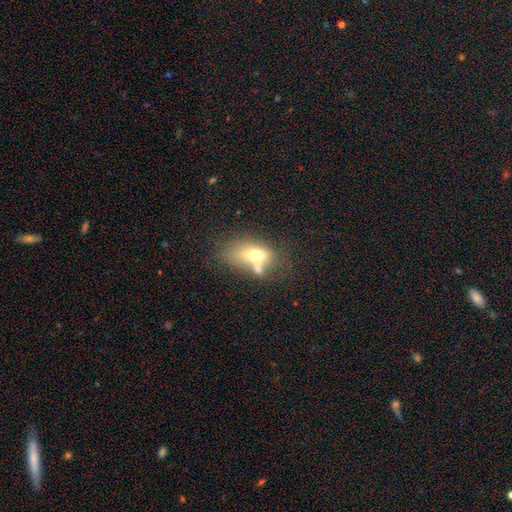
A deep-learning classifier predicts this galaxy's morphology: A smooth galaxy with no disk features (54%) that is in between round and cigar-shaped (74%).

Vote fractions:
- Smooth or featured? smooth: 54% / featured or disk: 33% / star or artifact: 13%
- How rounded? in between: 74% / round: 14% / cigar-shaped: 11%
- Merging? merger: 38% / none: 25% / major disturbance: 22% / minor disturbance: 15%